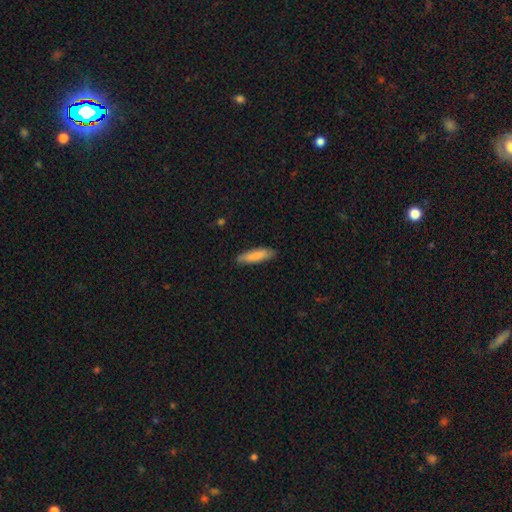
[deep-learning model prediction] smooth 83%, featured or disk 12%, star or artifact 5%. Down the decision tree: how rounded — cigar-shaped (68%); merging — none (87%).